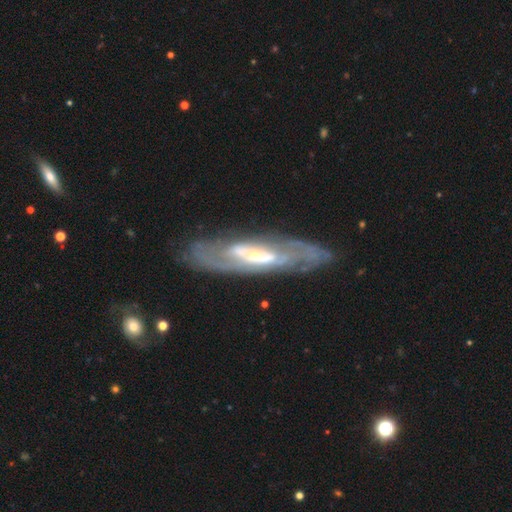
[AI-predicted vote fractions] This appears to be a featured or disk galaxy (80%) with no bar (38%), spiral arms (75%) and a small central bulge (57%). Merging: none (76%).